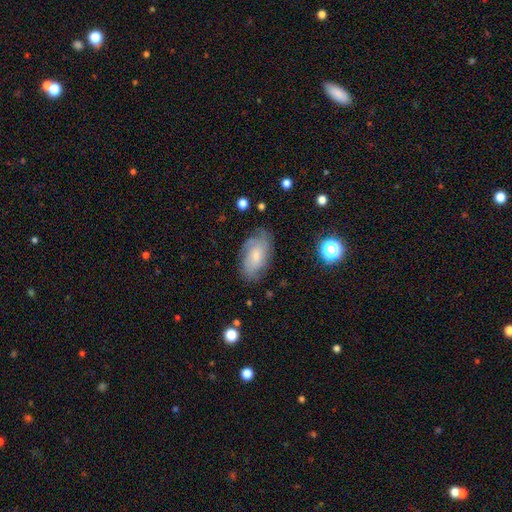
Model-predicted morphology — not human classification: Smooth or featured? Predicted: featured or disk (p=0.50). Edge-on disk? Predicted: no (p=0.93). Merging? Predicted: none (p=0.72).